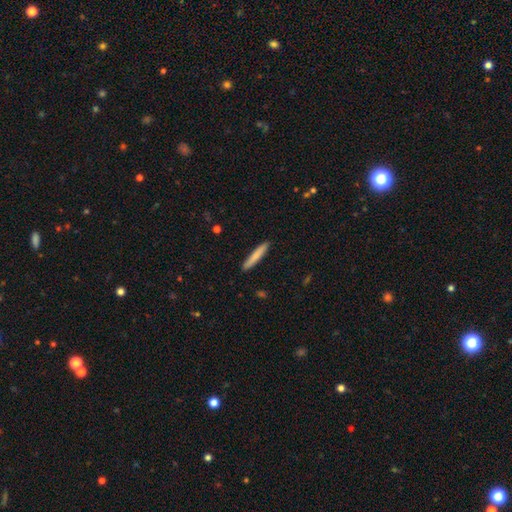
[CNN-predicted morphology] smooth-or-featured: smooth: 79% | featured or disk: 15% | star or artifact: 5%
  how-rounded: cigar-shaped: 95% | in between: 4% | round: 1%
  merging: none: 91% | minor disturbance: 7% | major disturbance: 1% | merger: 1%